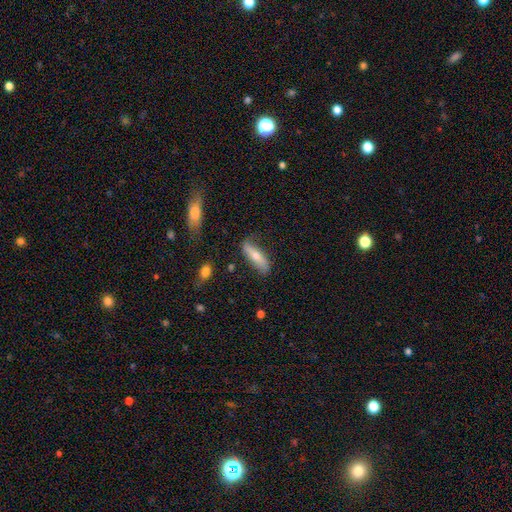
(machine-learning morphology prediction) type=smooth (51%); roundness=cigar-shaped (52%); merging=none (66%).